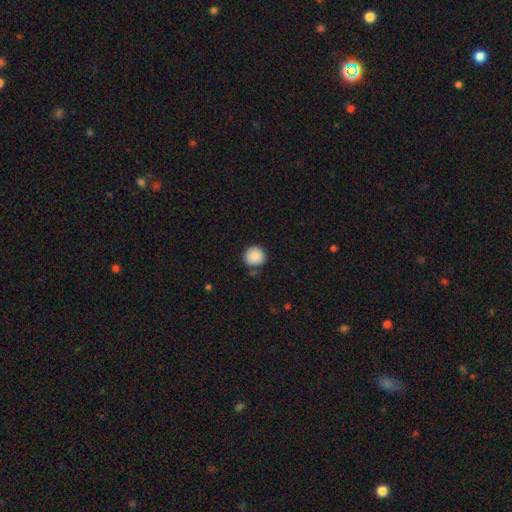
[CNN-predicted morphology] Overall: smooth (89%). How rounded: round (94%). Merging: none (84%).